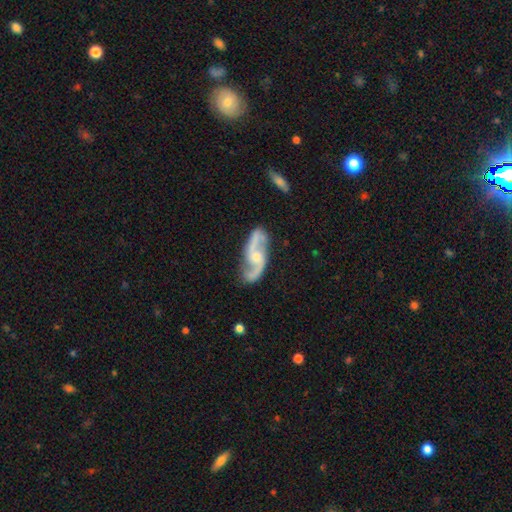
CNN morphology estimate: smooth_or_featured: featured or disk (p=0.89) [alt: smooth p=0.07]
disk_edge_on: no (p=0.95) [alt: yes p=0.05]
bar: no (p=0.55) [alt: weak p=0.35]
has_spiral_arms: yes (p=0.97) [alt: no p=0.03]
spiral_winding: loose (p=0.48) [alt: medium p=0.42]
spiral_arm_count: 2 (p=0.93) [alt: can't tell p=0.02]
bulge_size: moderate (p=0.50) [alt: small p=0.43]
merging: none (p=0.76) [alt: minor disturbance p=0.16]